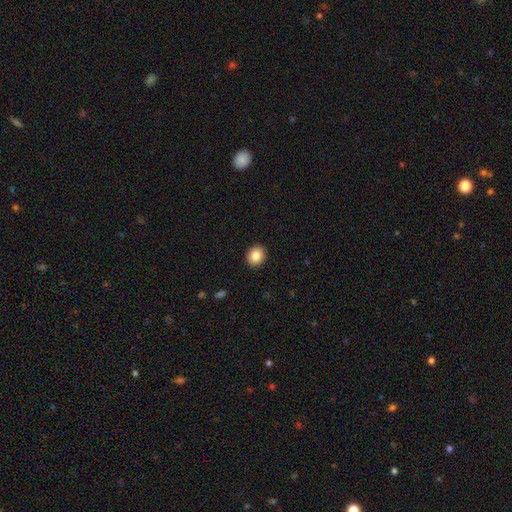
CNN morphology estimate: A smooth galaxy with no disk features (85%) that is round (78%).

Vote fractions:
- Smooth or featured? smooth: 85% / star or artifact: 9% / featured or disk: 6%
- How rounded? round: 78% / in between: 21% / cigar-shaped: 1%
- Merging? none: 92% / minor disturbance: 5% / major disturbance: 2% / merger: 1%